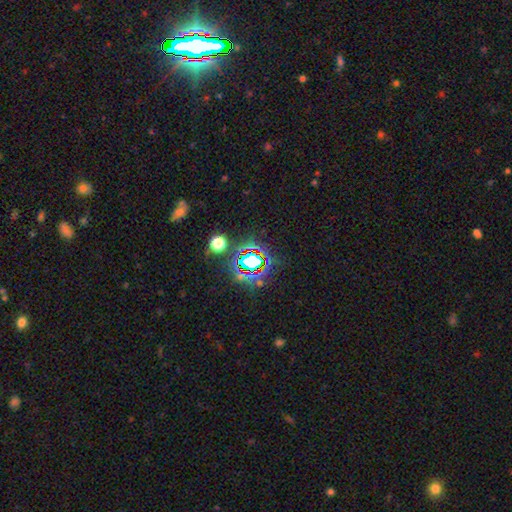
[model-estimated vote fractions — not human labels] star or artifact 70%, smooth 18%, featured or disk 12%.